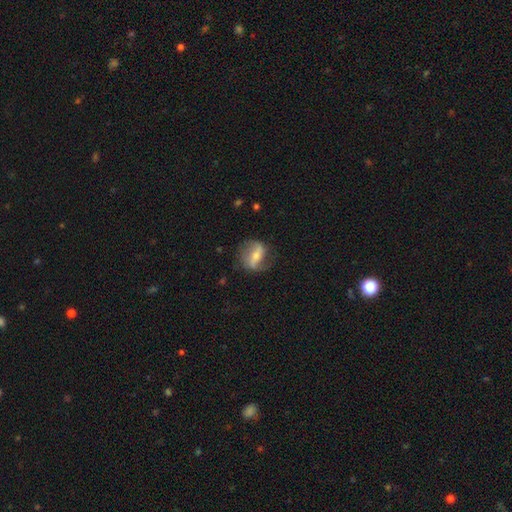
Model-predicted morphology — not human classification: featured or disk 72%, smooth 21%, star or artifact 6%. Down the decision tree: edge-on disk — no (93%); bar — strong (52%); spiral arms — yes (85%); spiral arm count — 2 (81%); spiral winding — loose (56%); bulge size — small (47%); merging — none (68%).